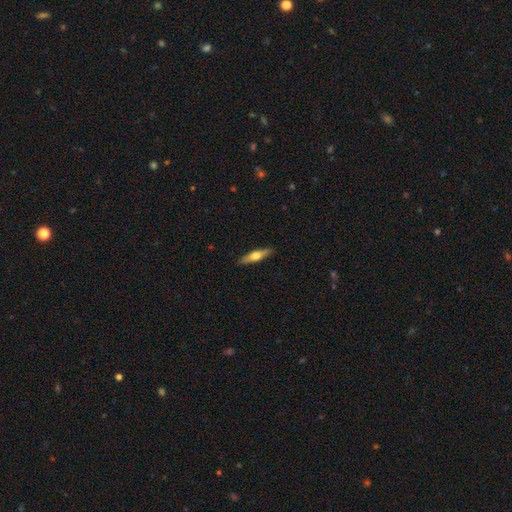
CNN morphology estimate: Smooth or featured?
  - smooth: 48% *
  - featured or disk: 46%
  - star or artifact: 6%
Merging?
  - none: 90% *
  - minor disturbance: 7%
  - major disturbance: 2%
  - merger: 1%